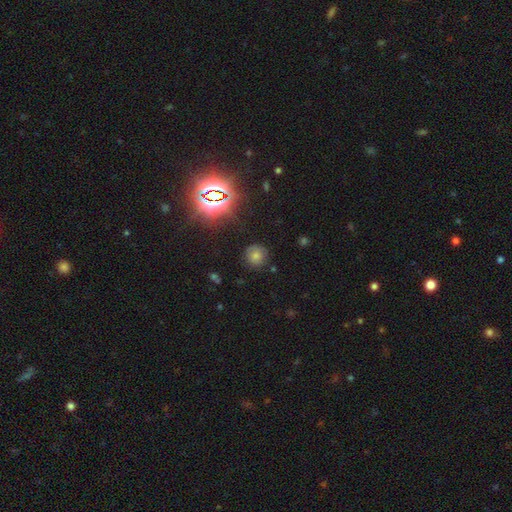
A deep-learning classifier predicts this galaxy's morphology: smooth_or_featured: smooth (p=0.51) [alt: star or artifact p=0.38]
how_rounded: round (p=0.90) [alt: in between p=0.09]
merging: none (p=0.85) [alt: minor disturbance p=0.10]